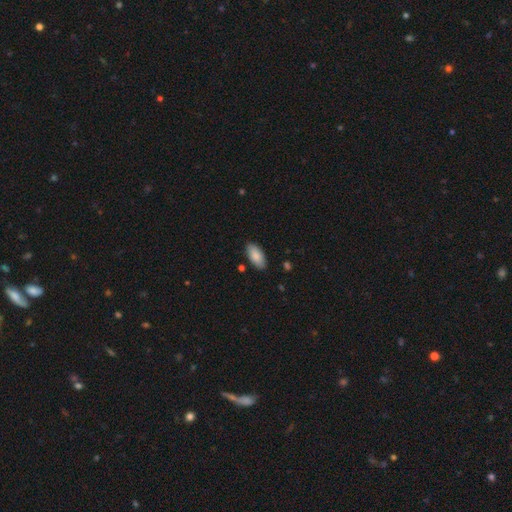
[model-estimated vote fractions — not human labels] This appears to be a smooth galaxy with no disk features (87%) that is in between round and cigar-shaped (91%). Merging: none (87%).